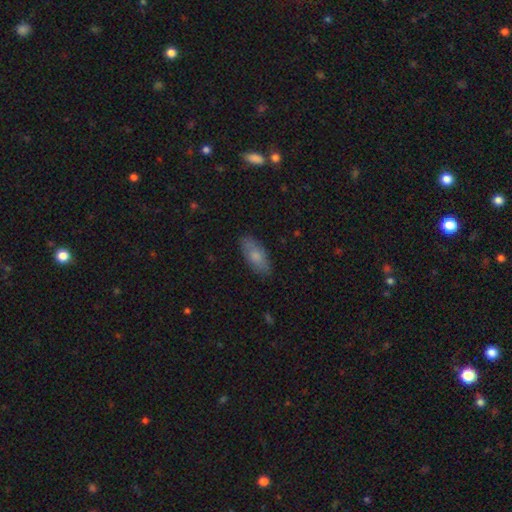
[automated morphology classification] The model was most divided on "smooth or featured": smooth: 74%, featured or disk: 19%, star or artifact: 6%. More confident: how rounded — in between (85%); merging — none (82%).